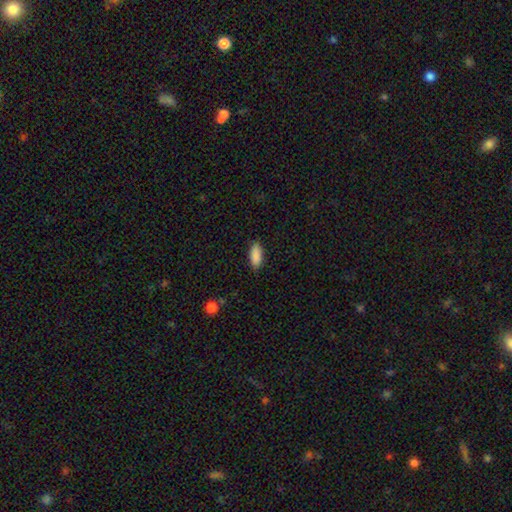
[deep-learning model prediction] smooth-or-featured: smooth: 90% | star or artifact: 7% | featured or disk: 4%
  how-rounded: in between: 84% | cigar-shaped: 14% | round: 2%
  merging: none: 86% | minor disturbance: 11% | major disturbance: 2% | merger: 1%